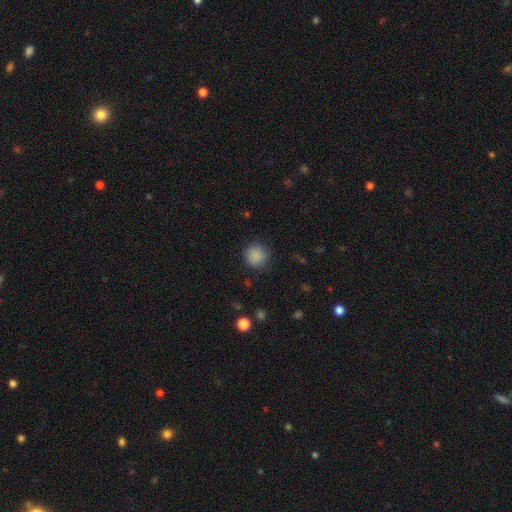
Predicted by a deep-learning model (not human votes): Morphology: type=smooth (87%); roundness=round (91%); merging=none (85%).